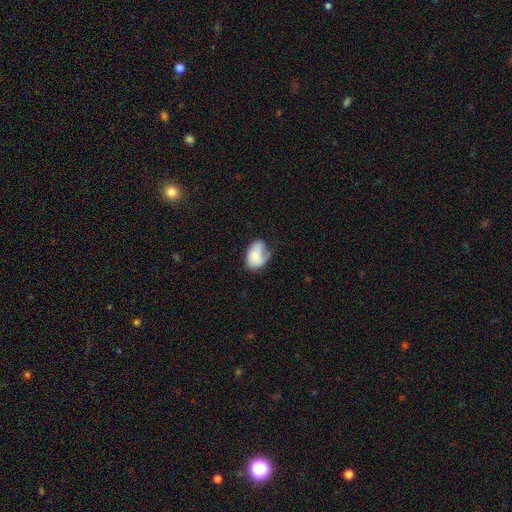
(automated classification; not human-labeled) A smooth galaxy with no disk features (74%) that is in between round and cigar-shaped (82%). Merging: none (44%).